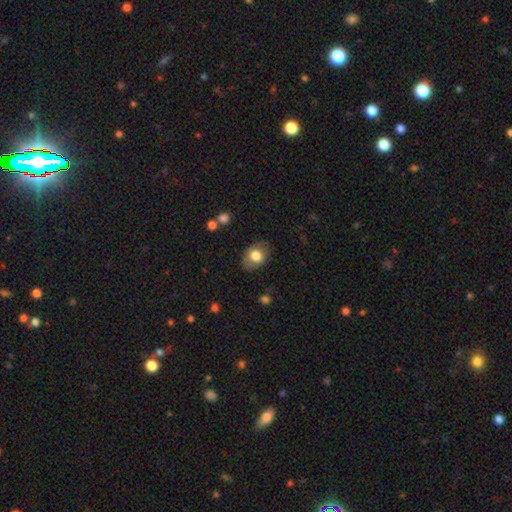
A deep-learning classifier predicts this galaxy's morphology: Smooth or featured?
  - smooth: 76% *
  - featured or disk: 17%
  - star or artifact: 7%
How rounded?
  - in between: 71% *
  - round: 28%
  - cigar-shaped: 1%
Merging?
  - none: 80% *
  - minor disturbance: 15%
  - major disturbance: 4%
  - merger: 1%